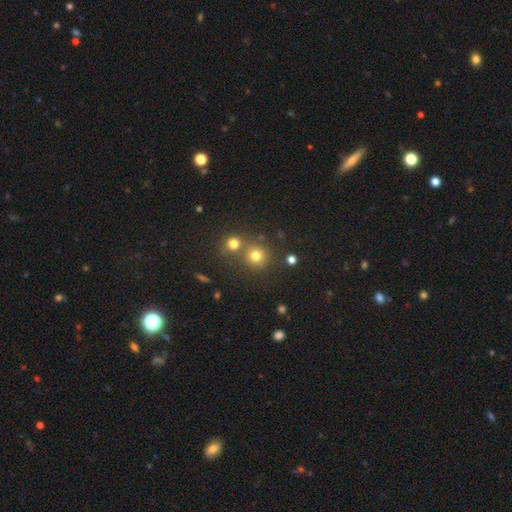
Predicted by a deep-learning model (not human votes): A smooth galaxy with no disk features (74%) that is round (90%). Merging: none (66%).